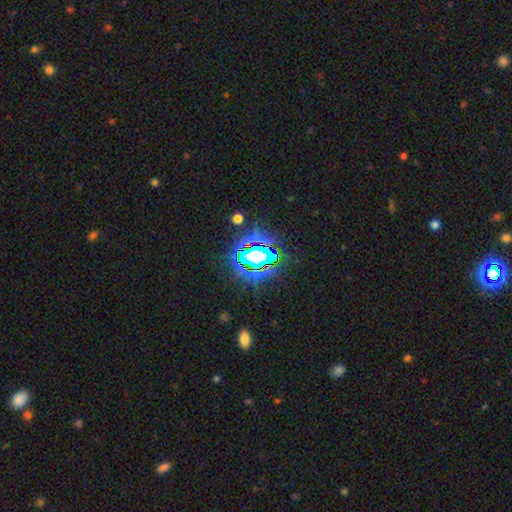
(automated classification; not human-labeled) Smooth or featured? Predicted: star or artifact (p=0.70).